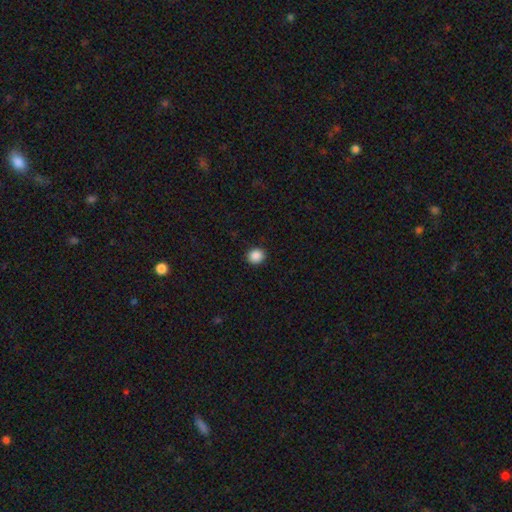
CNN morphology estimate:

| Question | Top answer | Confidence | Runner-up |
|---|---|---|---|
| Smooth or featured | smooth | 88% | star or artifact (9%) |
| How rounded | round | 86% | in between (13%) |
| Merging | none | 92% | minor disturbance (5%) |